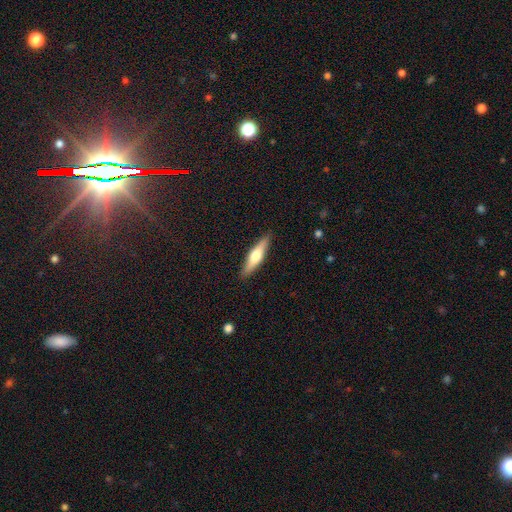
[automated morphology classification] A smooth galaxy with no disk features (49%).

Vote fractions:
- Smooth or featured? smooth: 49% / featured or disk: 46% / star or artifact: 5%
- Merging? none: 90% / minor disturbance: 8% / major disturbance: 2% / merger: 1%